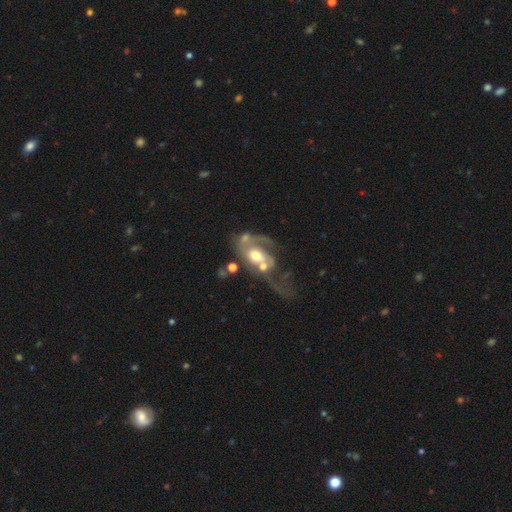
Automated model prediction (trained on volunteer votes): Smooth or featured: featured or disk — 73% (smooth — 20%)
Edge-on disk: no — 96% (yes — 4%)
Bar: no — 67% (weak — 26%)
Spiral arms: yes — 74% (no — 26%)
Spiral winding: loose — 42% (medium — 37%)
Spiral arm count: 2 — 39% (1 — 35%)
Bulge size: moderate — 65% (small — 16%)
Merging: merger — 40% (major disturbance — 35%)